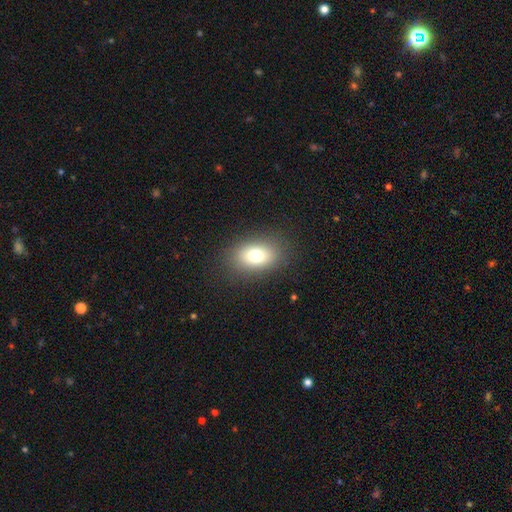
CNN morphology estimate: smooth_or_featured: smooth (p=0.75) [alt: featured or disk p=0.13]
how_rounded: in between (p=0.77) [alt: round p=0.22]
merging: none (p=0.86) [alt: minor disturbance p=0.09]